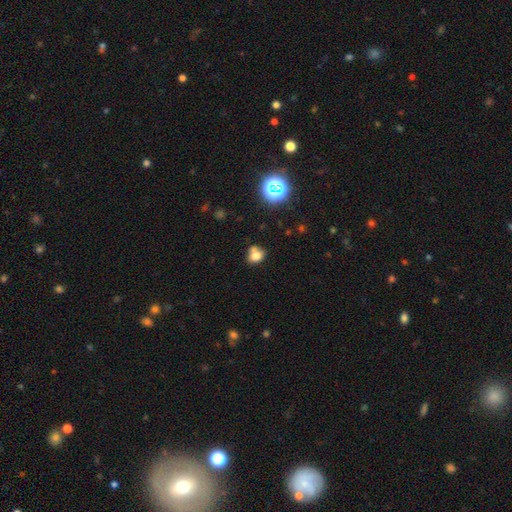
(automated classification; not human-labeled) smooth 73%, star or artifact 15%, featured or disk 12%. Down the decision tree: how rounded — round (57%); merging — none (48%).